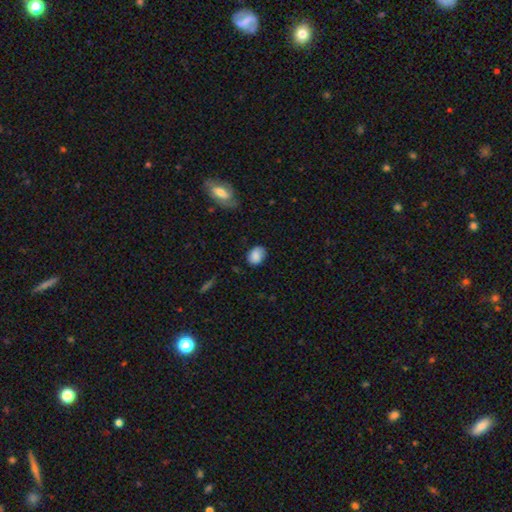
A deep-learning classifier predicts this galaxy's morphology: smooth 81%, featured or disk 11%, star or artifact 8%. Down the decision tree: how rounded — in between (63%); merging — none (73%).